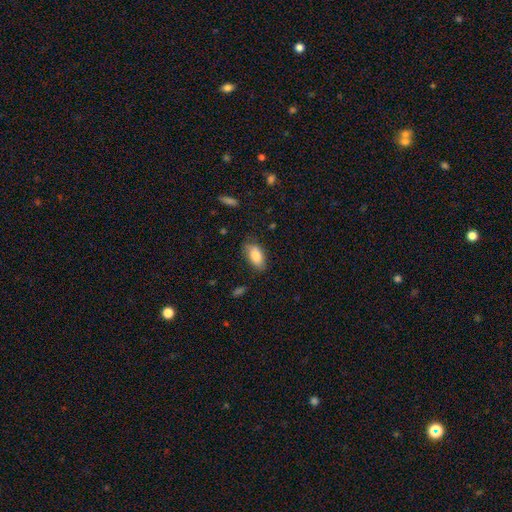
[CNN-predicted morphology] This appears to be a smooth galaxy with no disk features (84%) that is in between round and cigar-shaped (91%). Merging: none (76%).